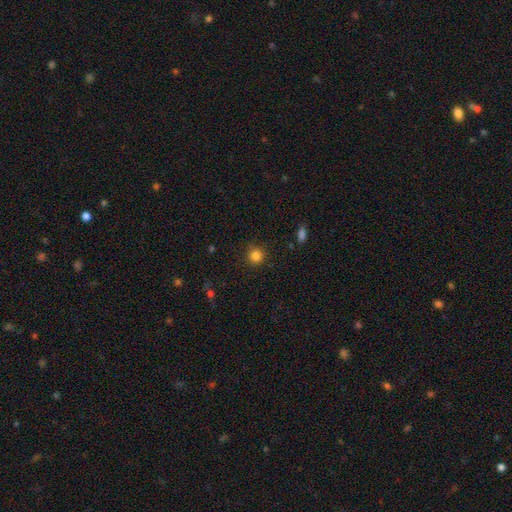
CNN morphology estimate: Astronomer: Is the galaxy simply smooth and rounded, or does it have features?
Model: smooth — 83%.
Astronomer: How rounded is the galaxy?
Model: round — 93%.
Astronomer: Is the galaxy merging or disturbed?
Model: none — 89%.